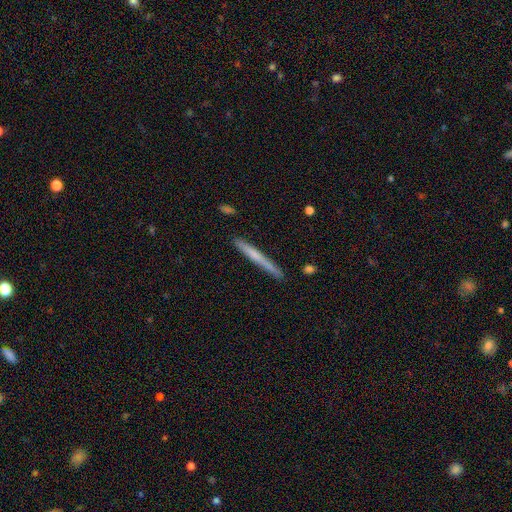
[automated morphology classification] Smooth or featured?
  - smooth: 54% *
  - featured or disk: 41%
  - star or artifact: 5%
How rounded?
  - cigar-shaped: 97% *
  - in between: 2%
  - round: 1%
Merging?
  - none: 88% *
  - minor disturbance: 9%
  - merger: 2%
  - major disturbance: 2%